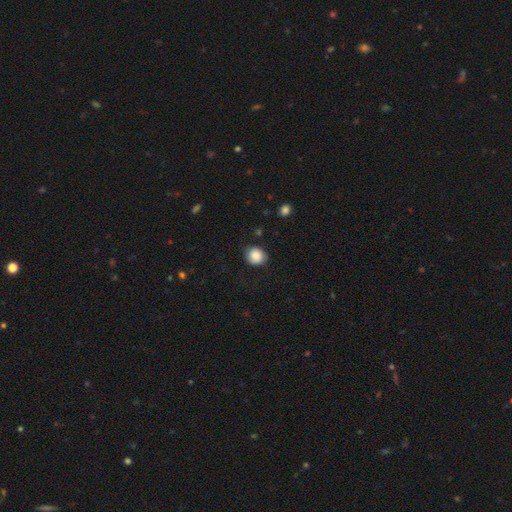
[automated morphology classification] Q: Smooth or featured?
A: smooth (86%); runner-up: star or artifact (8%)
Q: How rounded?
A: round (83%); runner-up: in between (16%)
Q: Merging?
A: none (82%); runner-up: minor disturbance (13%)